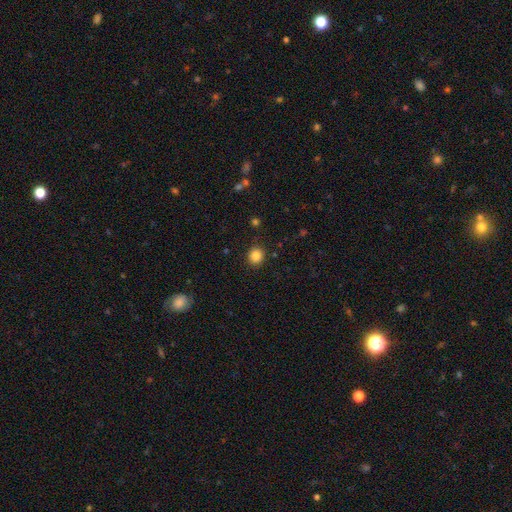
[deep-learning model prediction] Smooth or featured: smooth — 85% (star or artifact — 11%)
How rounded: round — 83% (in between — 16%)
Merging: none — 88% (minor disturbance — 8%)